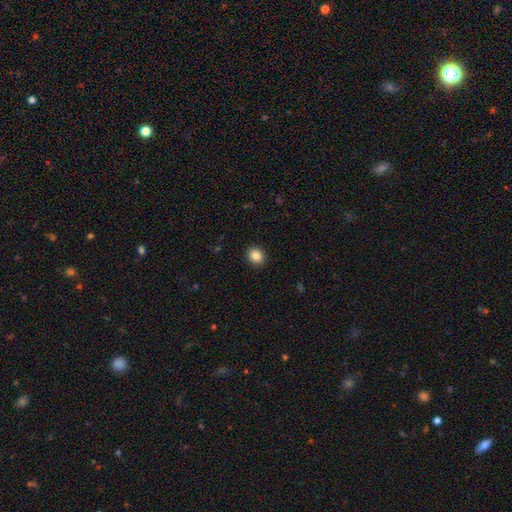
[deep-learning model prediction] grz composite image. It shows a smooth galaxy with no disk features (86%) that is round (71%). Merging: none (92%).